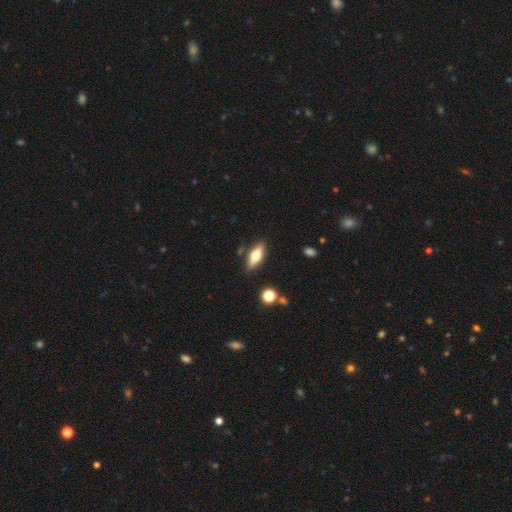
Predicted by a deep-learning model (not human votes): Overall: smooth (53%; featured or disk 39%). How rounded: in between (63%; cigar-shaped 33%). Merging: none (85%).